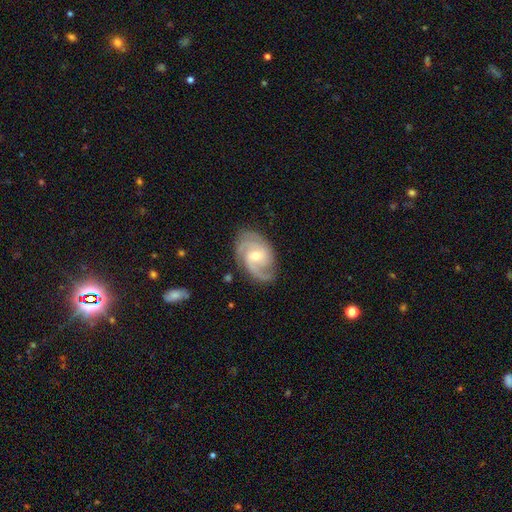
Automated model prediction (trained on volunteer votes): Smooth or featured: featured or disk — 88% (smooth — 7%)
Edge-on disk: no — 97% (yes — 3%)
Bar: weak — 46% (no — 45%)
Spiral arms: yes — 98% (no — 2%)
Spiral winding: medium — 45% (tight — 44%)
Spiral arm count: 3 — 41% (2 — 31%)
Bulge size: moderate — 55% (small — 41%)
Merging: none — 78% (minor disturbance — 16%)